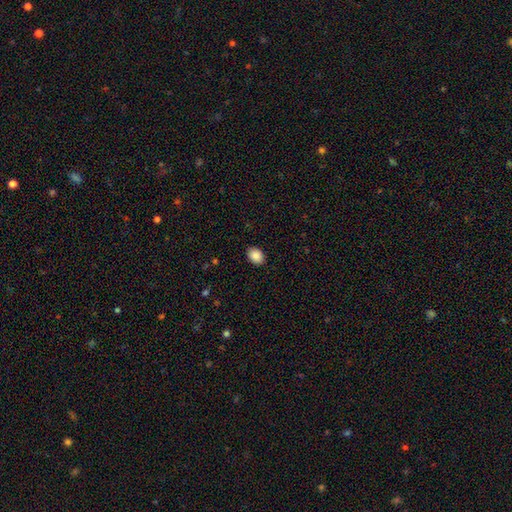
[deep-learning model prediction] This appears to be a smooth galaxy with no disk features (89%) that is in between round and cigar-shaped (71%). Merging: none (90%).